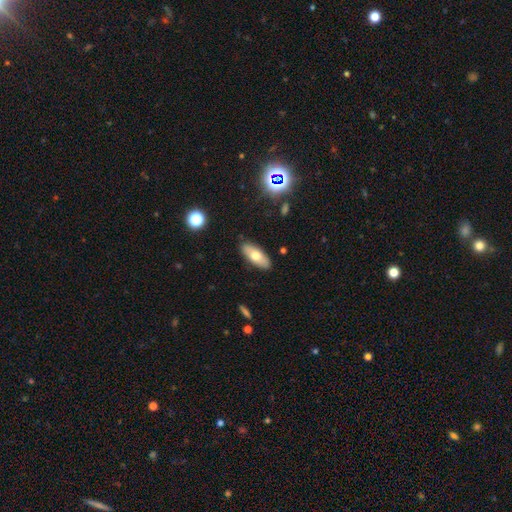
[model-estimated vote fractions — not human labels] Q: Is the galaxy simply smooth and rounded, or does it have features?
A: smooth — 68%.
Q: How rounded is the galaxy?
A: in between — 77%.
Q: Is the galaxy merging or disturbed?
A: none — 88%.